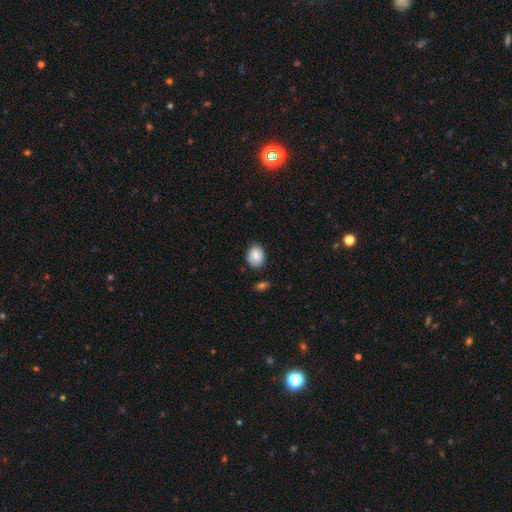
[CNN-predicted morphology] The model was most divided on "how rounded": in between: 64%, round: 35%, cigar-shaped: 1%. More confident: smooth or featured — smooth (87%); merging — none (74%).